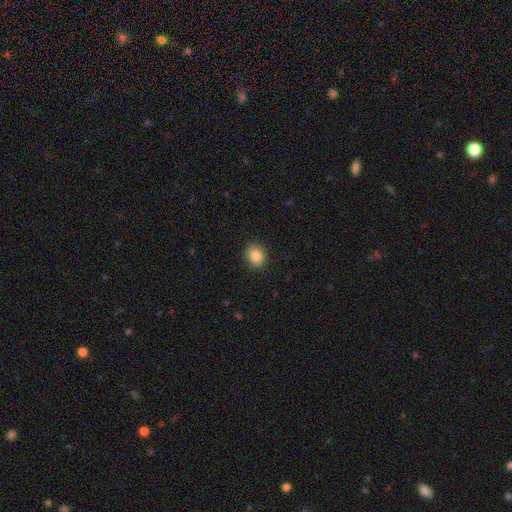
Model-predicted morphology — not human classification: Smooth or featured: smooth — 86% (star or artifact — 9%)
How rounded: round — 64% (in between — 35%)
Merging: none — 90% (minor disturbance — 7%)